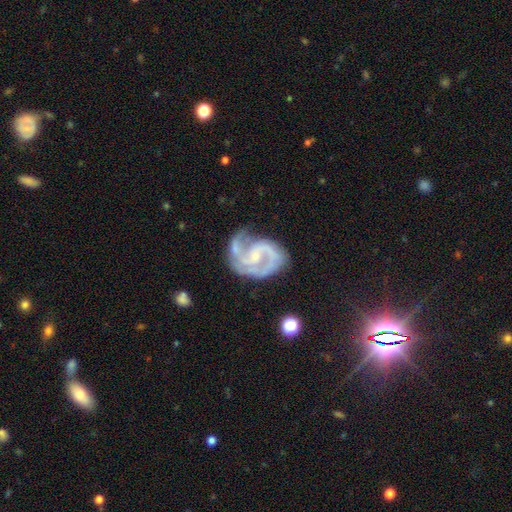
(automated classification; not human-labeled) Smooth or featured?
  - featured or disk: 90% *
  - smooth: 5%
  - star or artifact: 5%
Edge-on disk?
  - no: 98% *
  - yes: 2%
Bar?
  - weak: 45% *
  - no: 40%
  - strong: 15%
Spiral arms?
  - yes: 97% *
  - no: 3%
Spiral winding?
  - medium: 53% *
  - tight: 32%
  - loose: 15%
Spiral arm count?
  - 2: 75% *
  - 3: 9%
  - can't tell: 6%
  - 1: 5%
  - 4: 2%
  - more than 4: 2%
Bulge size?
  - small: 68% *
  - moderate: 22%
  - none: 7%
  - large: 1%
  - dominant: 1%
Merging?
  - none: 53% *
  - minor disturbance: 26%
  - major disturbance: 17%
  - merger: 5%